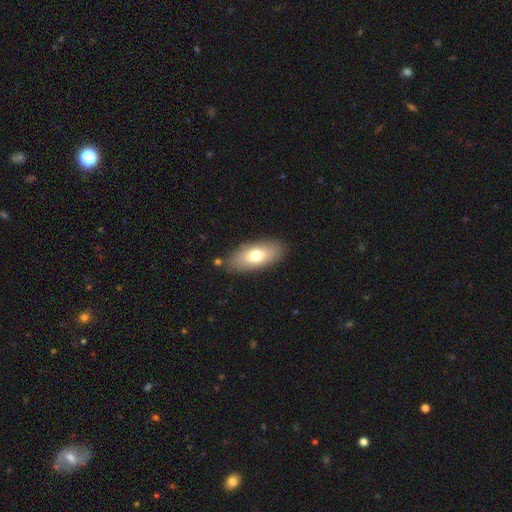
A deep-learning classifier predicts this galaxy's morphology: smooth 71%, featured or disk 22%, star or artifact 7%. Down the decision tree: how rounded — in between (85%); merging — none (83%).